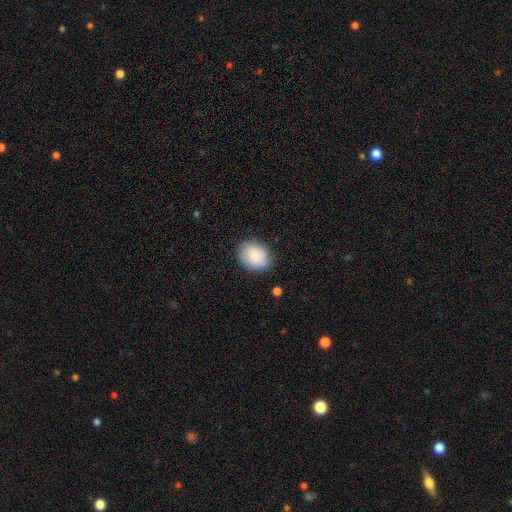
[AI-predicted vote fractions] Smooth or featured?
  - smooth: 79% *
  - featured or disk: 14%
  - star or artifact: 7%
How rounded?
  - round: 56% *
  - in between: 43%
  - cigar-shaped: 1%
Merging?
  - none: 84% *
  - minor disturbance: 12%
  - major disturbance: 3%
  - merger: 1%